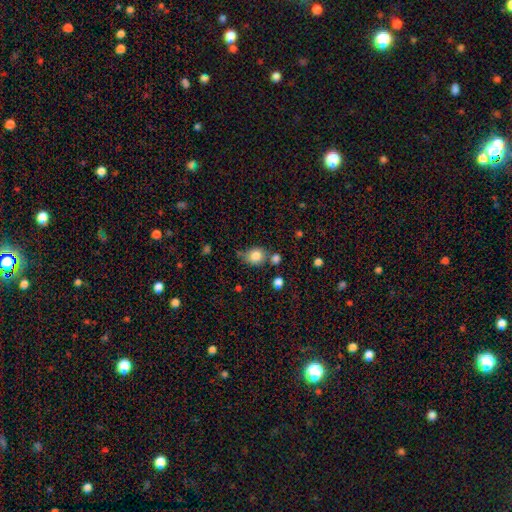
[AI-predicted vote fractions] smooth_or_featured: smooth (p=0.83) [alt: star or artifact p=0.10]
how_rounded: round (p=0.65) [alt: in between p=0.34]
merging: none (p=0.63) [alt: minor disturbance p=0.17]